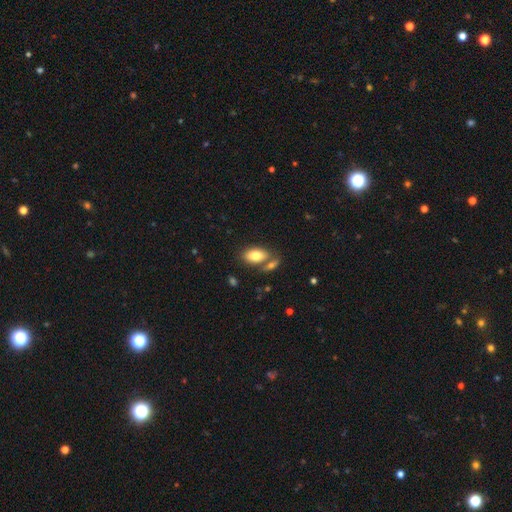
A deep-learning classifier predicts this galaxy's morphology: Smooth or featured? smooth (79%)
How rounded? in between (92%)
Merging? none (58%)